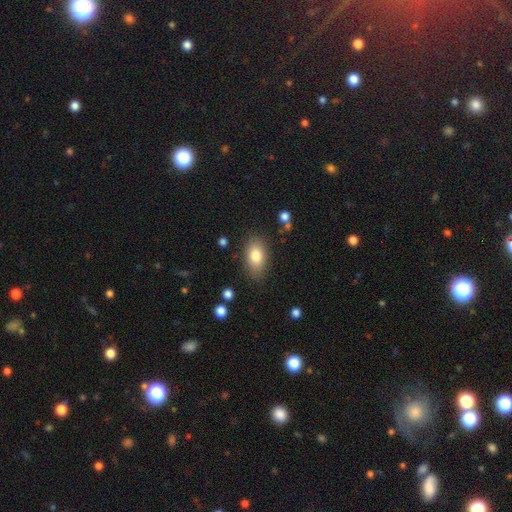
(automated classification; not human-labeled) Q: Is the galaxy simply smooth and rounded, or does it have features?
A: smooth — 81%.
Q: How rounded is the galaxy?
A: in between — 89%.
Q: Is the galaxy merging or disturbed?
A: none — 81%.